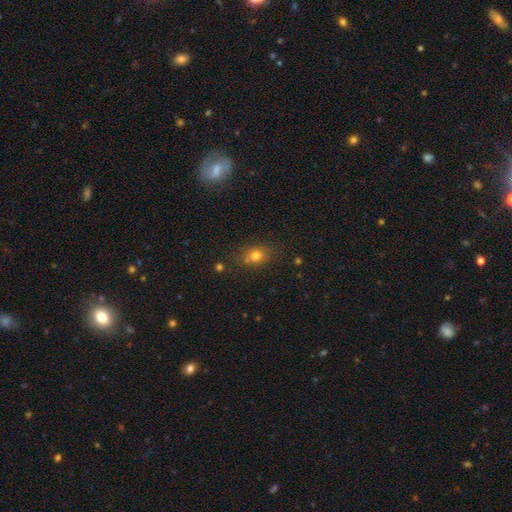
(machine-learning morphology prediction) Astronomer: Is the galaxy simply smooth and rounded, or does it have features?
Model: smooth — 76%.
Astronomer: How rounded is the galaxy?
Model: round — 58% (runner-up: in between, 41%).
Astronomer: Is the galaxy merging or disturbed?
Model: none — 75%.